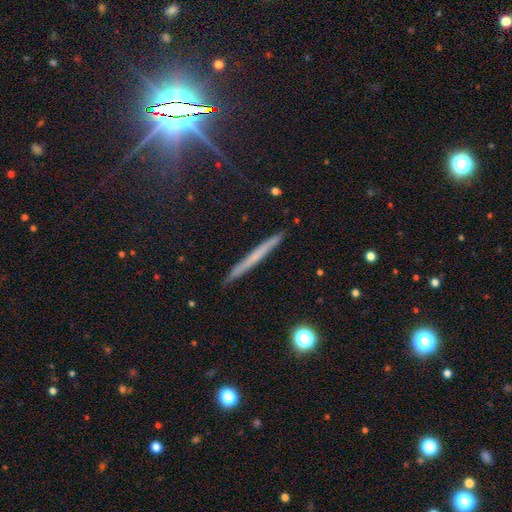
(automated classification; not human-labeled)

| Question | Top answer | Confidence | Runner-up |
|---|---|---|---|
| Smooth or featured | featured or disk | 45% | smooth (44%) |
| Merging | none | 90% | minor disturbance (7%) |